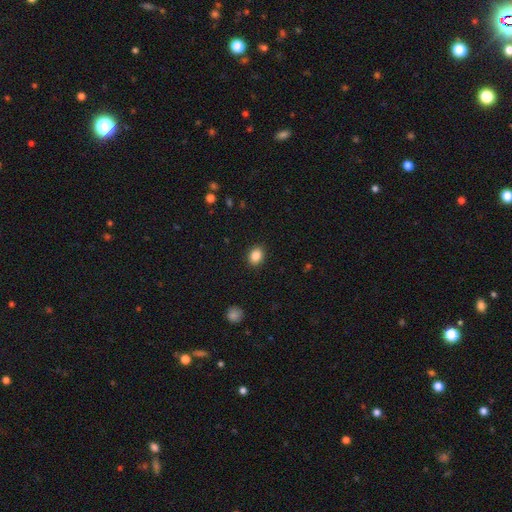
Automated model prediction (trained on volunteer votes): A smooth galaxy with no disk features (87%) that is in between round and cigar-shaped (55%). Merging: none (89%).